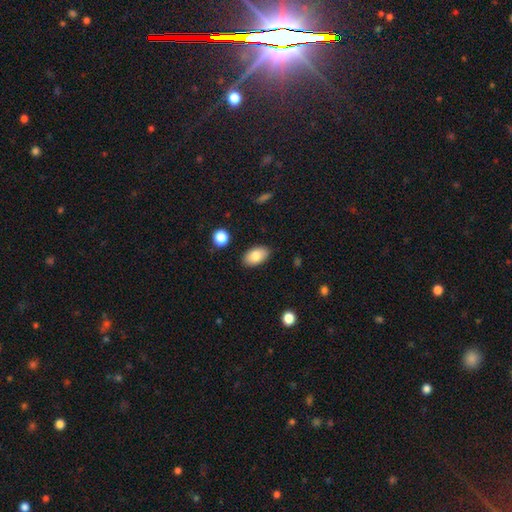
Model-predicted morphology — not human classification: smooth-or-featured: smooth: 83% | featured or disk: 10% | star or artifact: 7%
  how-rounded: in between: 93% | round: 5% | cigar-shaped: 1%
  merging: none: 87% | minor disturbance: 10% | major disturbance: 2% | merger: 2%